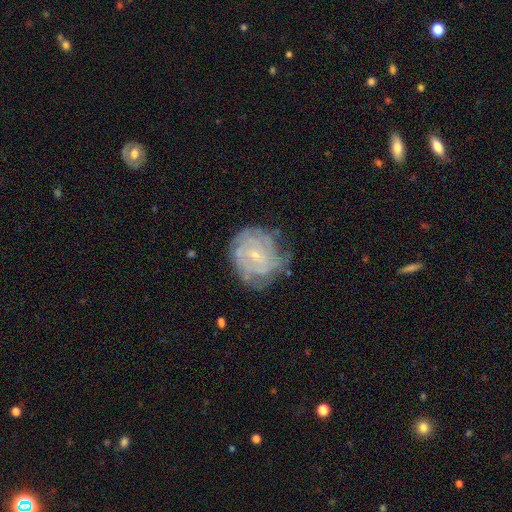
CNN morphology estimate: This appears to be a featured or disk galaxy (83%) with no bar (52%), tight (74%) spiral arms (94%) and a small central bulge (77%). Merging: none (63%).